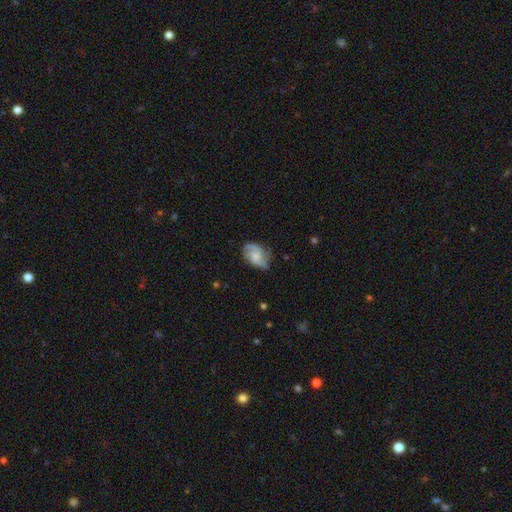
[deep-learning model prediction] Q: Smooth or featured?
A: featured or disk (55%); runner-up: smooth (37%)
Q: Edge-on disk?
A: no (96%); runner-up: yes (4%)
Q: Bar?
A: no (67%); runner-up: weak (28%)
Q: Spiral arms?
A: yes (87%); runner-up: no (13%)
Q: Bulge size?
A: moderate (39%); runner-up: small (30%)
Q: Merging?
A: none (60%); runner-up: minor disturbance (28%)